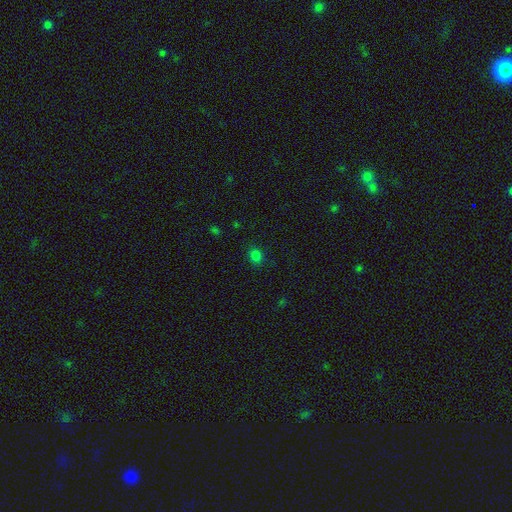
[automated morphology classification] The model was most divided on "how rounded": in between: 50%, round: 49%, cigar-shaped: 1%. More confident: merging — none (85%); smooth or featured — smooth (79%).